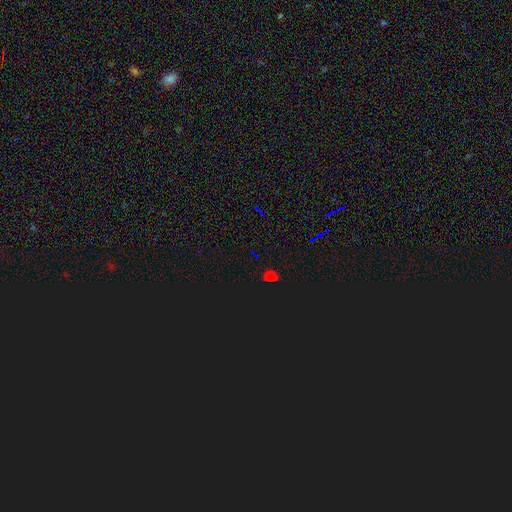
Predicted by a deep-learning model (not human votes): star or artifact 59%, smooth 36%, featured or disk 6%.